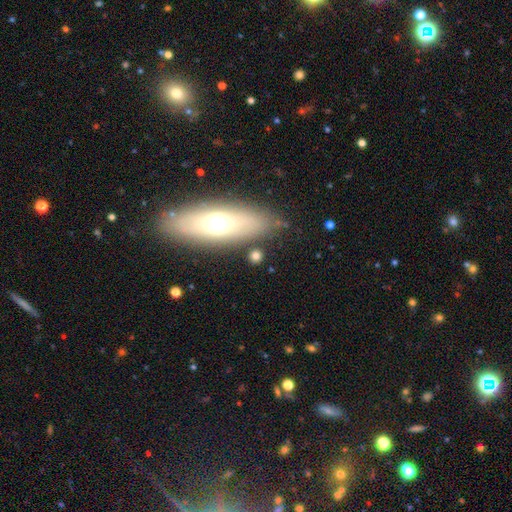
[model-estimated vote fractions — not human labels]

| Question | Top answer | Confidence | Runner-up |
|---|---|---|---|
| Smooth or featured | smooth | 69% | featured or disk (18%) |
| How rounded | round | 46% | in between (38%) |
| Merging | none | 79% | minor disturbance (11%) |